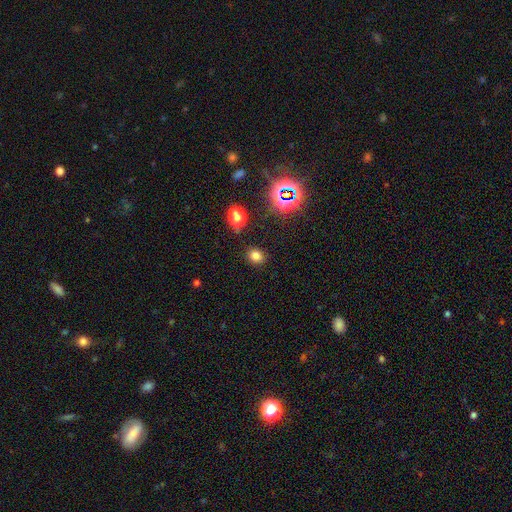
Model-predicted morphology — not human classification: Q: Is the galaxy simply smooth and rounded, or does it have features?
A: smooth — 75%.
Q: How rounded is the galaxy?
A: round — 69%.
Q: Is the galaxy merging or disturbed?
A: none — 87%.